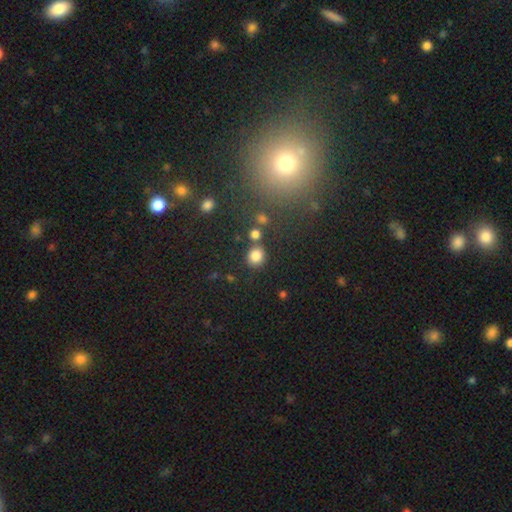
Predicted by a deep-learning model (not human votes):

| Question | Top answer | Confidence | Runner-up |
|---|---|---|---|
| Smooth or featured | smooth | 82% | star or artifact (13%) |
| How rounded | round | 82% | in between (17%) |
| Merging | none | 78% | minor disturbance (10%) |